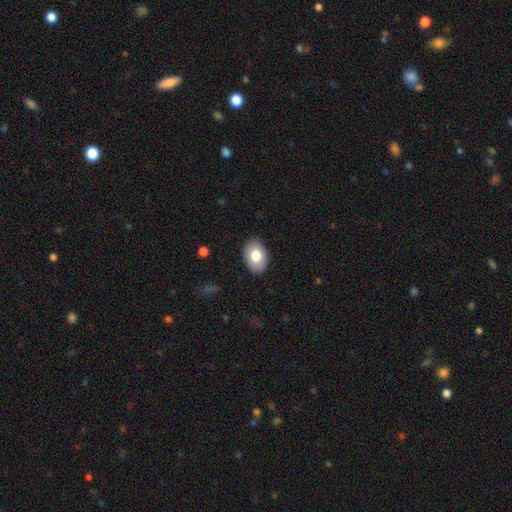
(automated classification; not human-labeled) This appears to be a smooth galaxy with no disk features (80%) that is in between round and cigar-shaped (80%). Merging: none (88%).